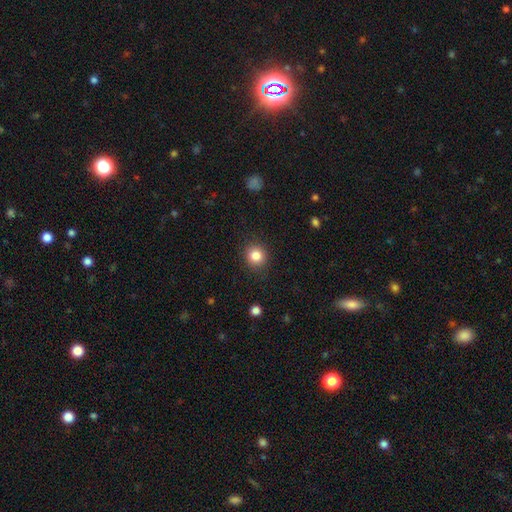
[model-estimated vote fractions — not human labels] Q: Smooth or featured?
A: smooth (84%); runner-up: star or artifact (11%)
Q: How rounded?
A: round (87%); runner-up: in between (12%)
Q: Merging?
A: none (89%); runner-up: minor disturbance (7%)